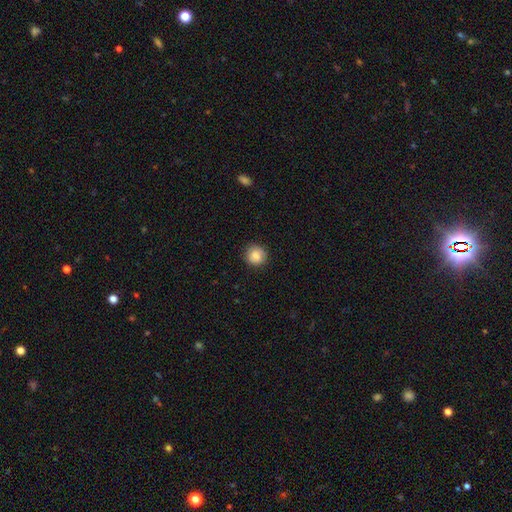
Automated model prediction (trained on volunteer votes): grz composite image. It shows a smooth galaxy with no disk features (85%) that is round (91%). Merging: none (87%).